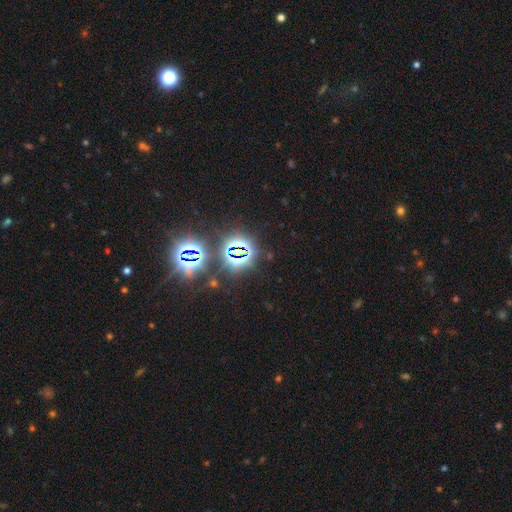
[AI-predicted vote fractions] Q: Smooth or featured?
A: star or artifact (79%); runner-up: smooth (13%)